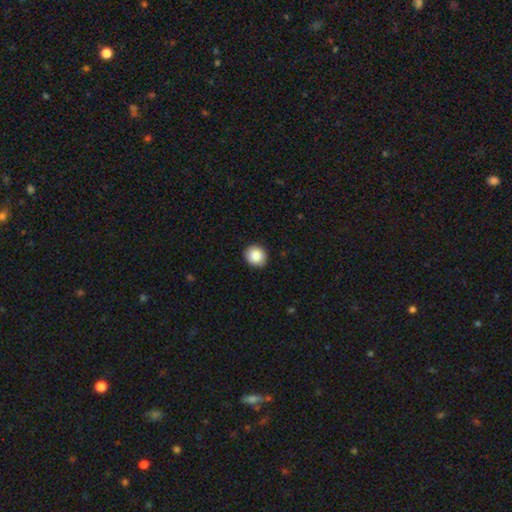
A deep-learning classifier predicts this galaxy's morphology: A smooth galaxy with no disk features (88%) that is round (84%). Merging: none (91%).